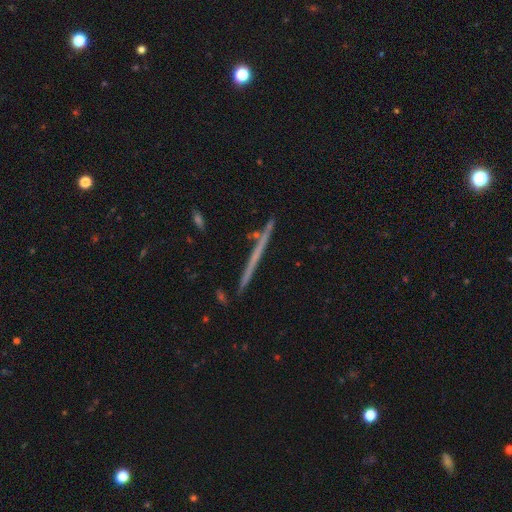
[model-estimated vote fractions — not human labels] Smooth or featured: featured or disk — 59% (smooth — 31%)
Edge-on disk: yes — 96% (no — 4%)
Edge-on bulge: none — 85% (rounded — 11%)
Merging: none — 85% (minor disturbance — 9%)